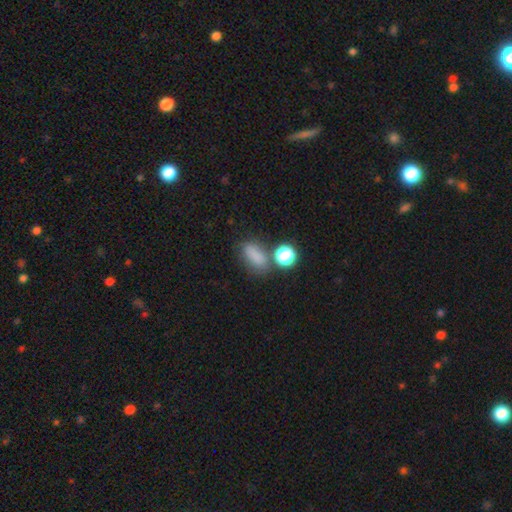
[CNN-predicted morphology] smooth 78%, star or artifact 14%, featured or disk 8%. Down the decision tree: how rounded — in between (72%); merging — none (56%).